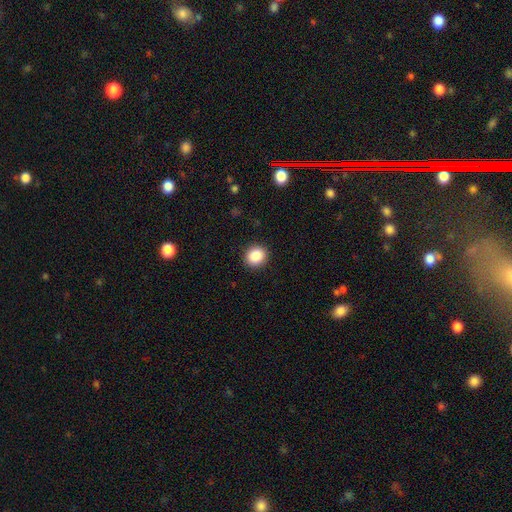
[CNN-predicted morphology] Q: Smooth or featured?
A: smooth (88%); runner-up: star or artifact (8%)
Q: How rounded?
A: round (78%); runner-up: in between (21%)
Q: Merging?
A: none (91%); runner-up: minor disturbance (6%)